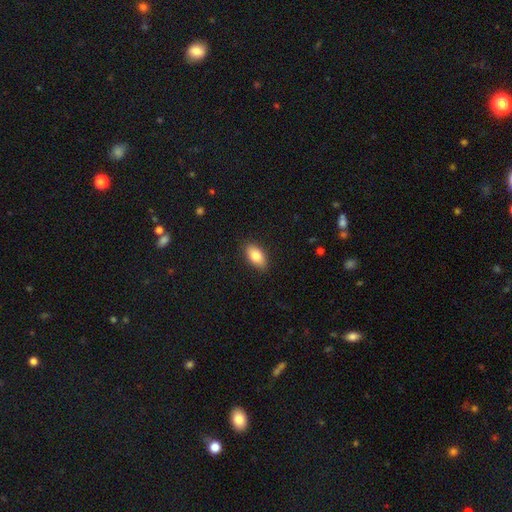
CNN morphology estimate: Q: Smooth or featured?
A: smooth (83%); runner-up: featured or disk (10%)
Q: How rounded?
A: in between (90%); runner-up: round (5%)
Q: Merging?
A: none (85%); runner-up: minor disturbance (11%)